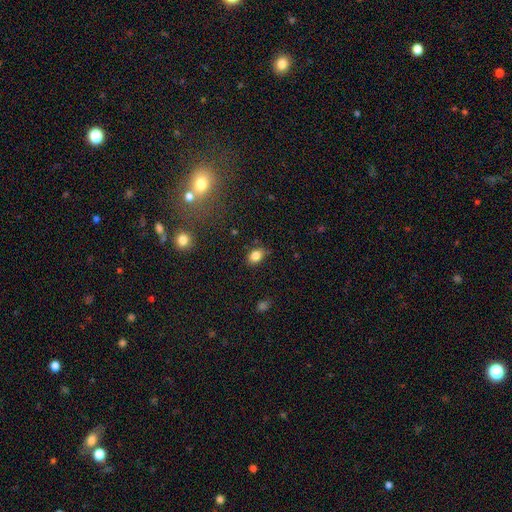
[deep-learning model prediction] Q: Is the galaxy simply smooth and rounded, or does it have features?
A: smooth — 83%.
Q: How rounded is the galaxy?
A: in between — 76%.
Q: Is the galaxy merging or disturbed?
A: none — 78%.